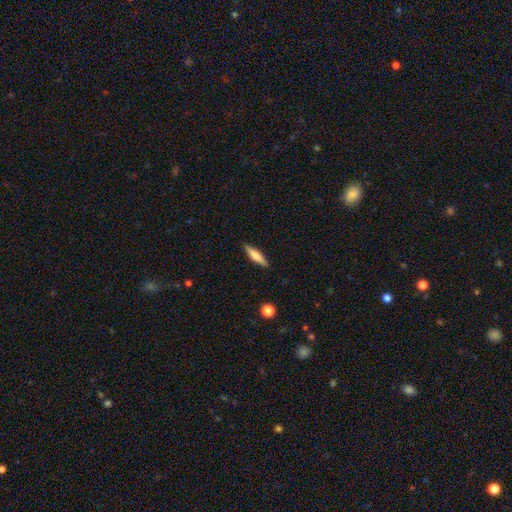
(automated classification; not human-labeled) smooth_or_featured: smooth (p=0.59) [alt: featured or disk p=0.35]
how_rounded: cigar-shaped (p=0.78) [alt: in between p=0.20]
merging: none (p=0.89) [alt: minor disturbance p=0.08]